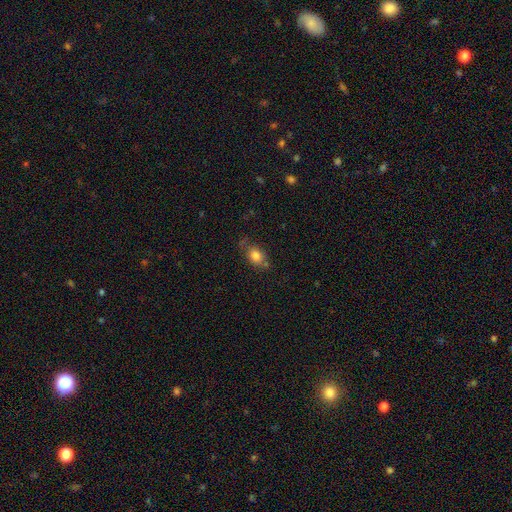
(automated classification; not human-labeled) Smooth or featured: smooth — 80% (featured or disk — 11%)
How rounded: in between — 68% (round — 29%)
Merging: none — 61% (minor disturbance — 24%)